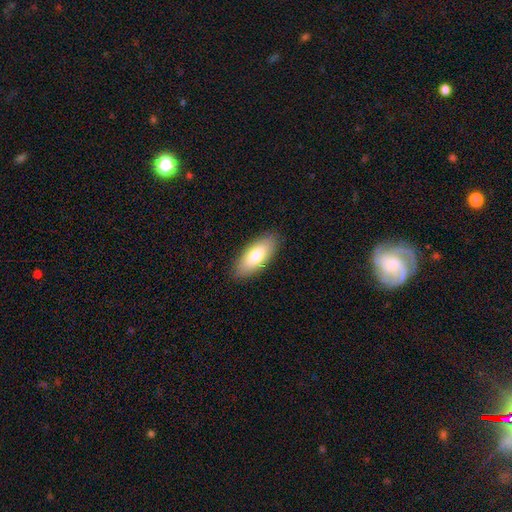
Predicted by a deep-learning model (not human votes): Overall: smooth (80%). How rounded: in between (82%). Merging: none (88%).